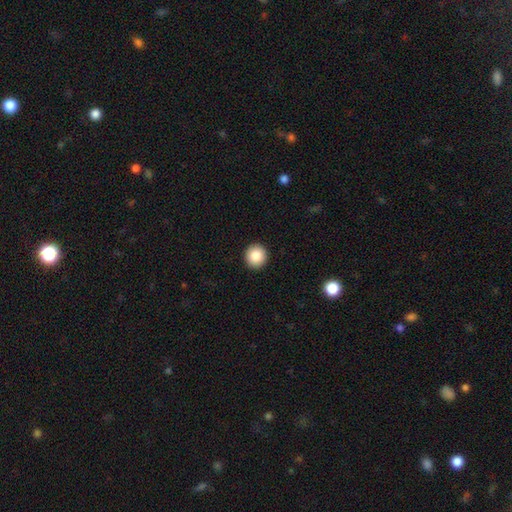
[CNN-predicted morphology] Overall: smooth (86%). How rounded: round (94%). Merging: none (93%).